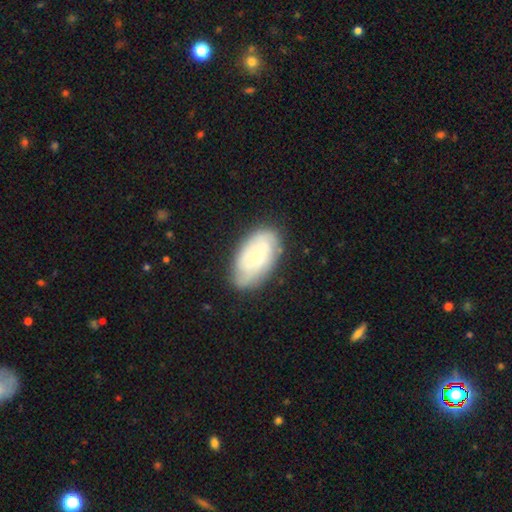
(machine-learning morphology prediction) Overall: featured or disk (48%; smooth 45%). Merging: none (73%).